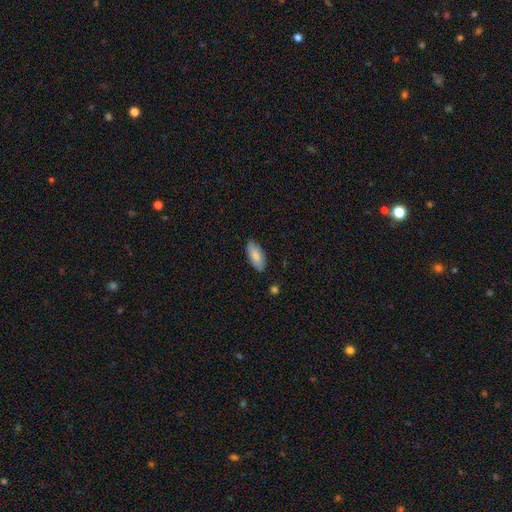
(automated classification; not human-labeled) Smooth or featured?
  - smooth: 82% *
  - featured or disk: 12%
  - star or artifact: 6%
How rounded?
  - in between: 88% *
  - cigar-shaped: 10%
  - round: 2%
Merging?
  - none: 83% *
  - minor disturbance: 13%
  - major disturbance: 2%
  - merger: 1%